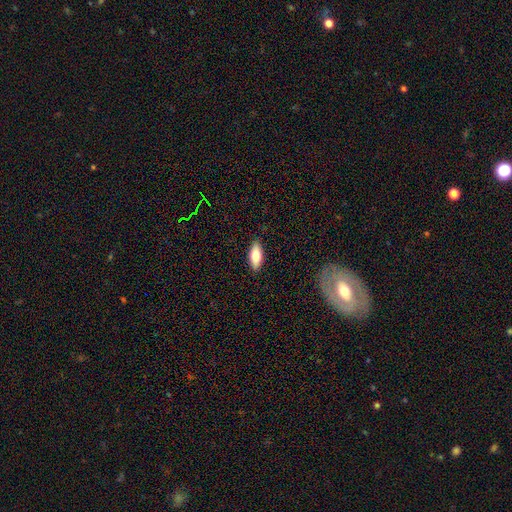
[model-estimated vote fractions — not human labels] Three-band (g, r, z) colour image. It shows a smooth galaxy with no disk features (76%) that is in between round and cigar-shaped (76%). Merging: none (89%).